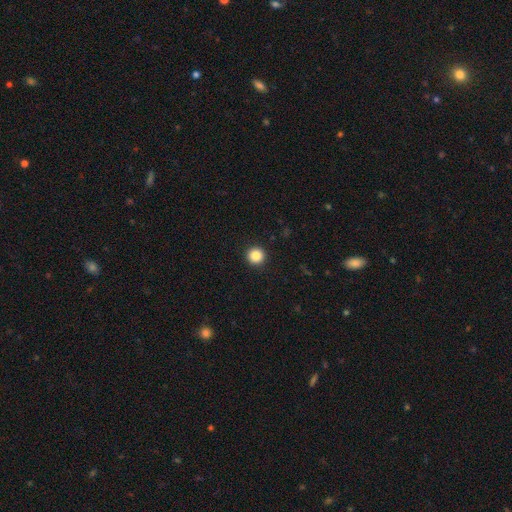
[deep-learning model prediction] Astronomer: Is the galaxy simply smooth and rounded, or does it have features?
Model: smooth — 86%.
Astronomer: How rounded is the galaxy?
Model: round — 96%.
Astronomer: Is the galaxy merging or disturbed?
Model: none — 93%.